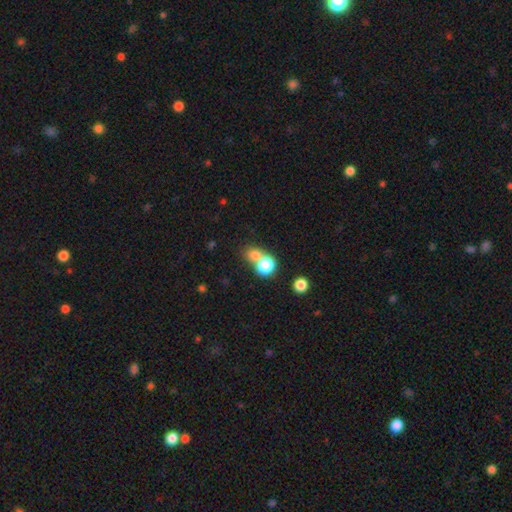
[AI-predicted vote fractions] Smooth or featured: smooth — 75% (star or artifact — 15%)
How rounded: round — 71% (in between — 28%)
Merging: merger — 51% (none — 38%)